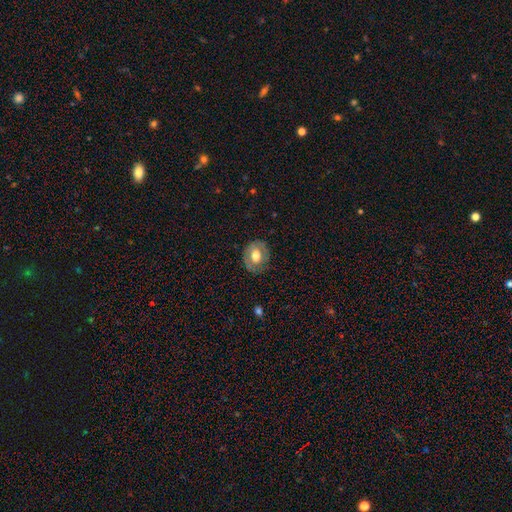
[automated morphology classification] smooth_or_featured: smooth (p=0.56) [alt: featured or disk p=0.36]
how_rounded: round (p=0.62) [alt: in between p=0.37]
merging: none (p=0.79) [alt: minor disturbance p=0.15]